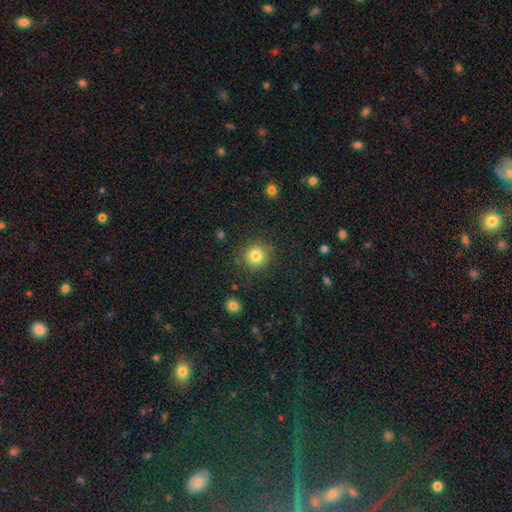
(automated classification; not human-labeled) Smooth or featured: smooth — 82% (star or artifact — 11%)
How rounded: round — 93% (in between — 6%)
Merging: none — 87% (minor disturbance — 8%)